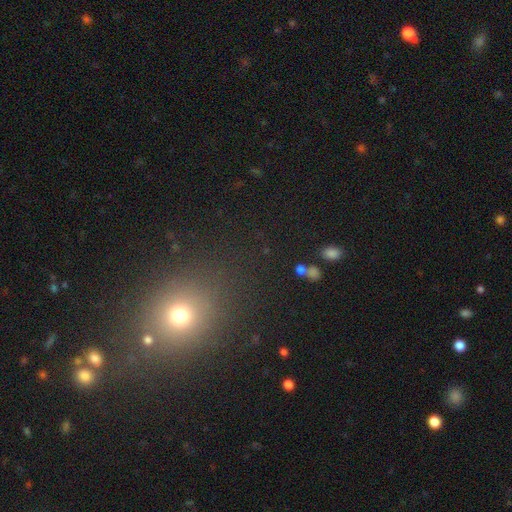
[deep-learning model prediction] A smooth galaxy with no disk features (50%).

Vote fractions:
- Smooth or featured? smooth: 50% / star or artifact: 42% / featured or disk: 8%
- Merging? none: 83% / minor disturbance: 9% / merger: 5% / major disturbance: 4%